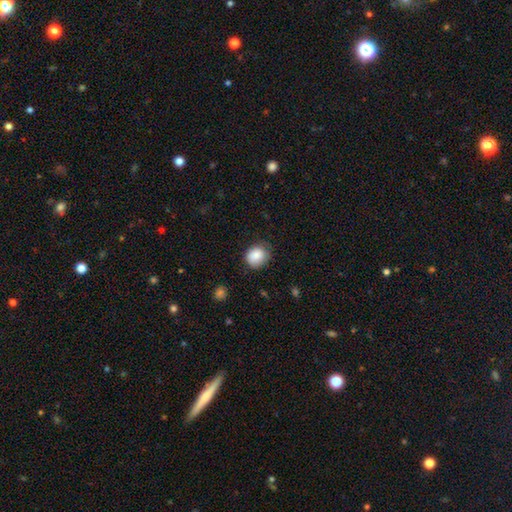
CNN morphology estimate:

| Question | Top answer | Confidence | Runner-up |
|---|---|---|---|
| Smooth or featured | smooth | 86% | star or artifact (8%) |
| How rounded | round | 69% | in between (30%) |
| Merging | none | 73% | minor disturbance (22%) |